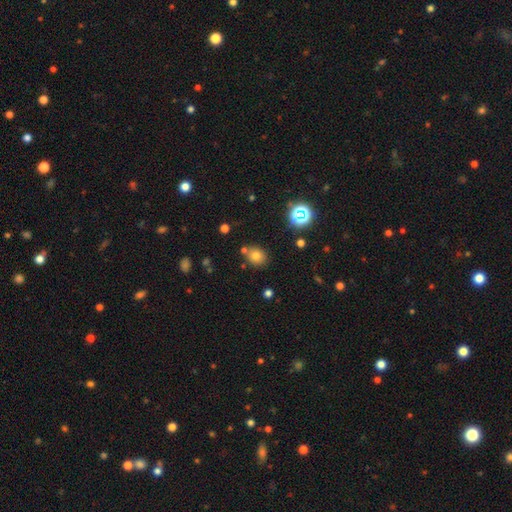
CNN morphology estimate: Smooth or featured? Predicted: smooth (p=0.72). How rounded? Predicted: round (p=0.68). Merging? Predicted: none (p=0.73).